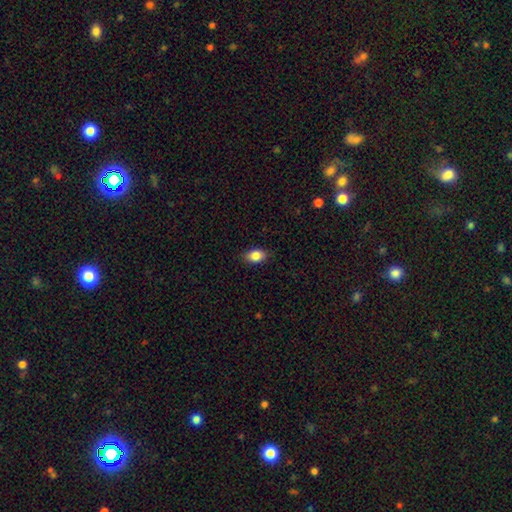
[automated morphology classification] This appears to be a smooth galaxy with no disk features (85%) that is in between round and cigar-shaped (83%). Merging: none (86%).